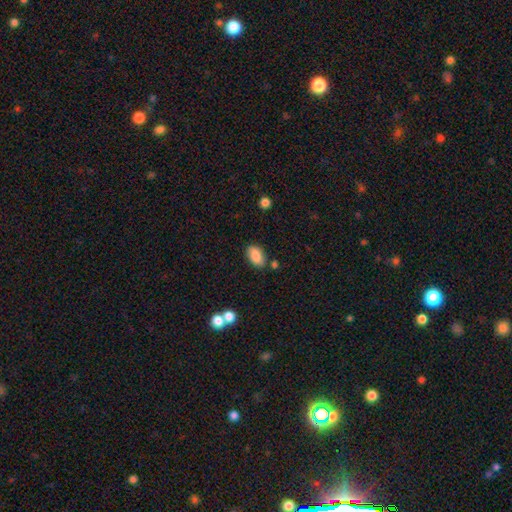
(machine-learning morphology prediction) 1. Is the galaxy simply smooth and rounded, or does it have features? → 83% smooth, 9% featured or disk, 8% star or artifact.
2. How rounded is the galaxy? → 91% in between, 7% round, 2% cigar-shaped.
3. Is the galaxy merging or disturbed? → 79% none, 13% minor disturbance, 5% merger, 3% major disturbance.